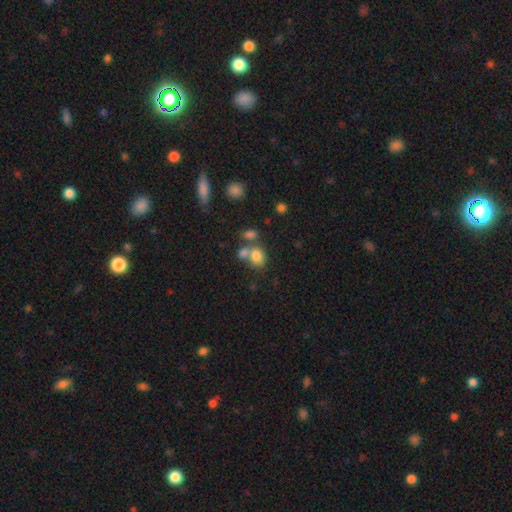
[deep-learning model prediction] smooth 77%, star or artifact 12%, featured or disk 11%. Down the decision tree: how rounded — in between (55%); merging — merger (42%).